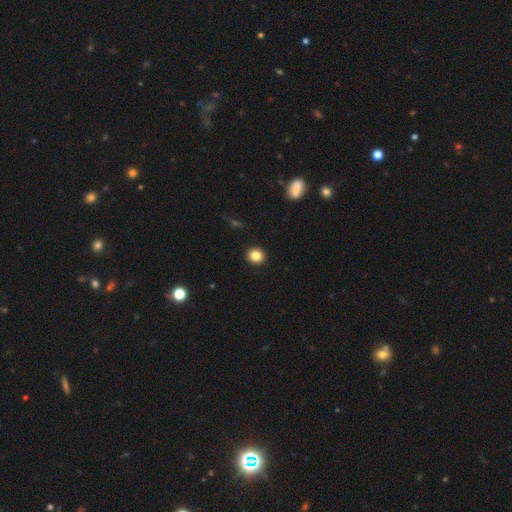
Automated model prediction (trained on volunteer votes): A smooth galaxy with no disk features (84%) that is round (78%). Merging: none (92%).